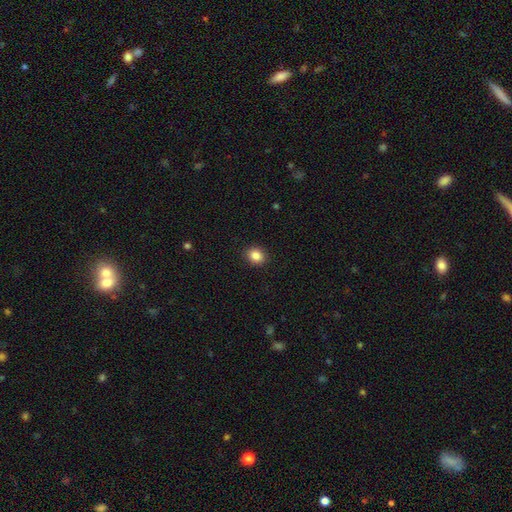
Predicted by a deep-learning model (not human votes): Overall: smooth (85%). How rounded: round (65%; in between 34%). Merging: none (91%).